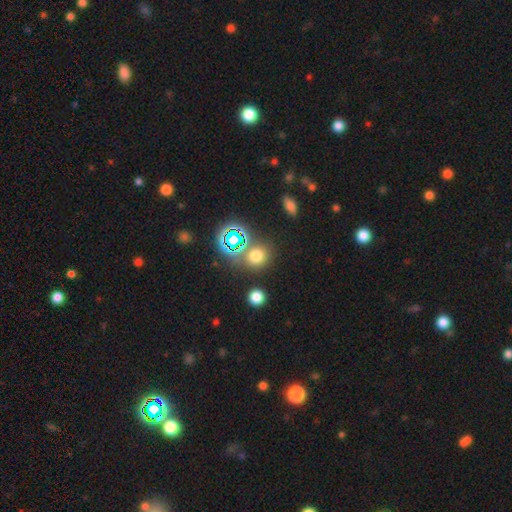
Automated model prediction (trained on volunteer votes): smooth 61%, star or artifact 31%, featured or disk 8%. Down the decision tree: how rounded — round (79%); merging — none (75%).